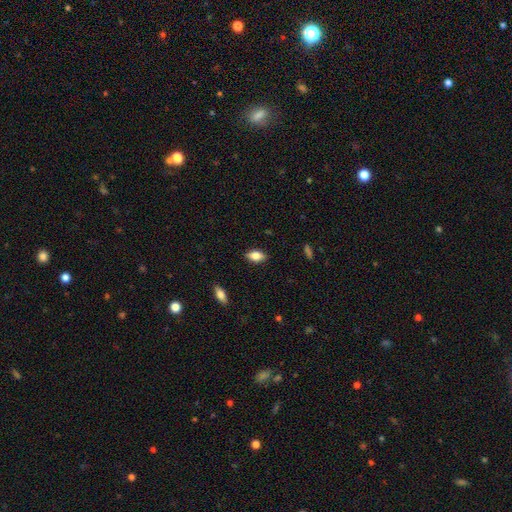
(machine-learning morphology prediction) This is likely a smooth galaxy (74%). How rounded: clearly in between (87%). Merging: clearly none (85%).